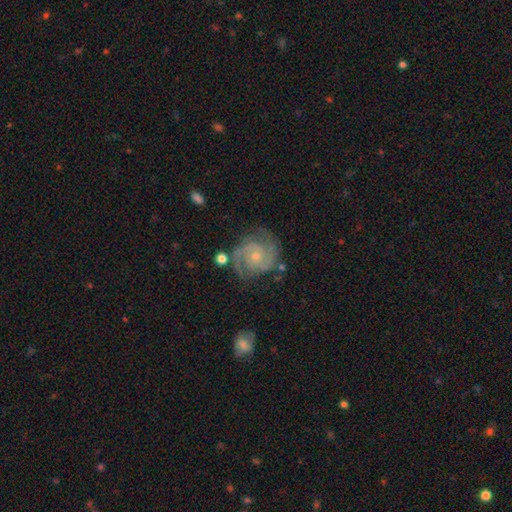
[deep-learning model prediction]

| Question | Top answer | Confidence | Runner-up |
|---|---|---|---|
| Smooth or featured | featured or disk | 89% | smooth (6%) |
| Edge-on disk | no | 98% | yes (2%) |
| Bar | no | 67% | weak (27%) |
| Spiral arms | yes | 98% | no (2%) |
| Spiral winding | tight | 54% | medium (39%) |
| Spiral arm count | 2 | 83% | 3 (8%) |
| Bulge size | small | 60% | moderate (31%) |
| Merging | none | 74% | minor disturbance (17%) |